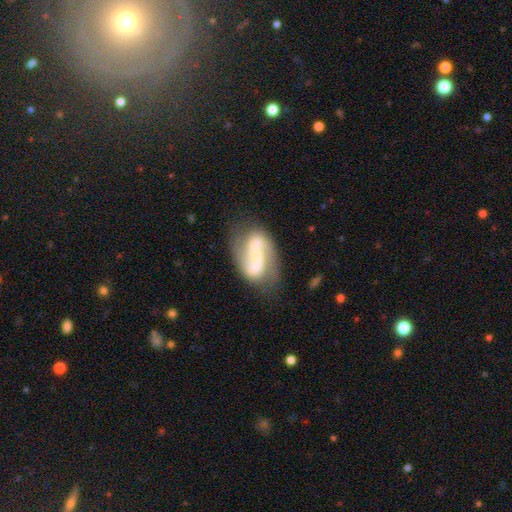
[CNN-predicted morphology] type=featured or disk (80%); edge-on=no (97%); bar=weak (39%); spiral arms=yes (93%); winding=loose (50%); arm count=2 (88%); bulge=small (46%); merging=none (67%).